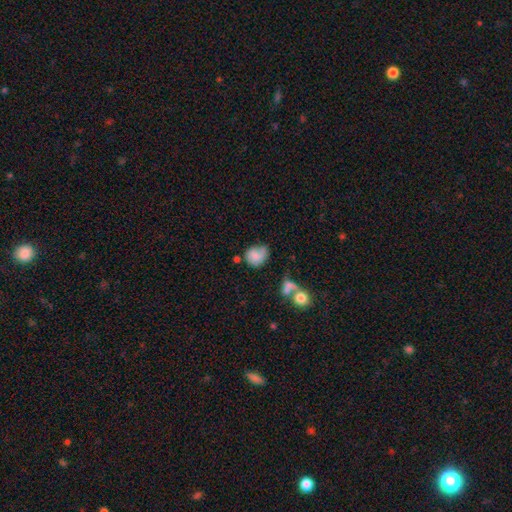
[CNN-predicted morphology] A smooth galaxy with no disk features (69%) that is round (63%). Merging: none (41%).